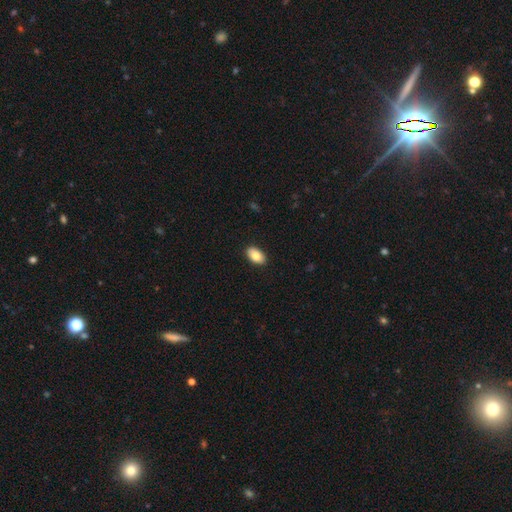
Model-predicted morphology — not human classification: Smooth or featured: smooth — 83% (featured or disk — 11%)
How rounded: in between — 93% (round — 5%)
Merging: none — 90% (minor disturbance — 8%)